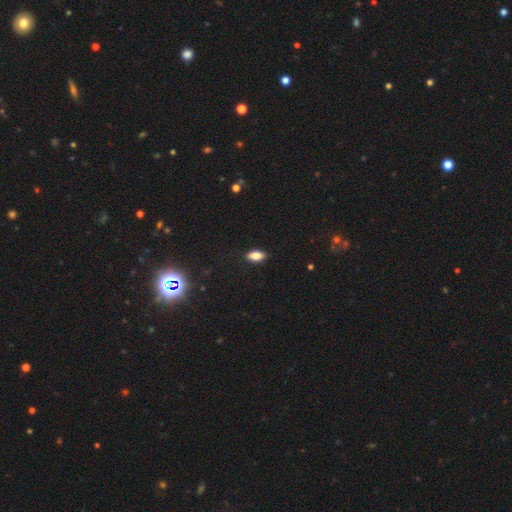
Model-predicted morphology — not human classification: type=smooth (82%); roundness=in between (89%); merging=none (88%).